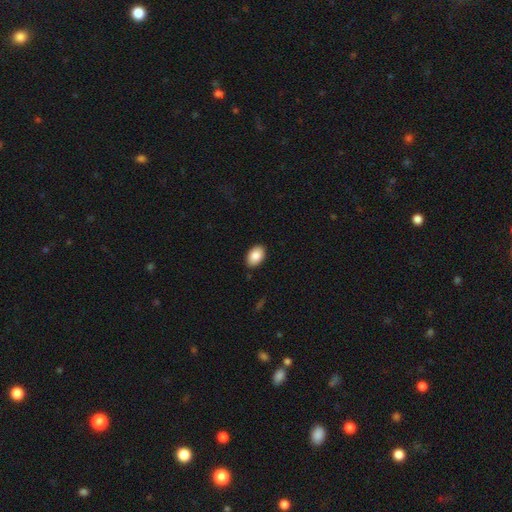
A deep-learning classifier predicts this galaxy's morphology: Smooth or featured? smooth (88%)
How rounded? in between (89%)
Merging? none (88%)